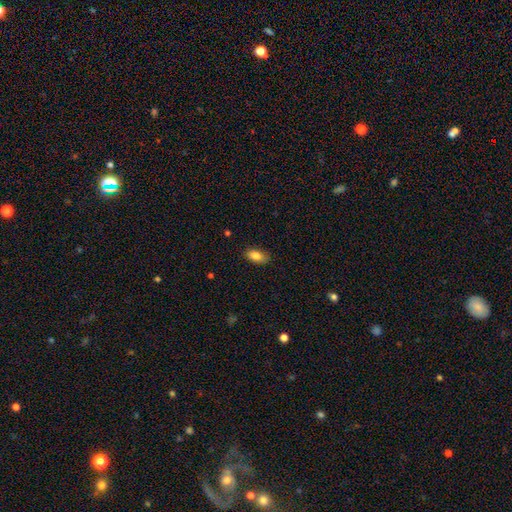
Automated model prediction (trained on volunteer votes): Q: Smooth or featured?
A: smooth (85%); runner-up: featured or disk (8%)
Q: How rounded?
A: in between (90%); runner-up: cigar-shaped (5%)
Q: Merging?
A: none (84%); runner-up: minor disturbance (13%)